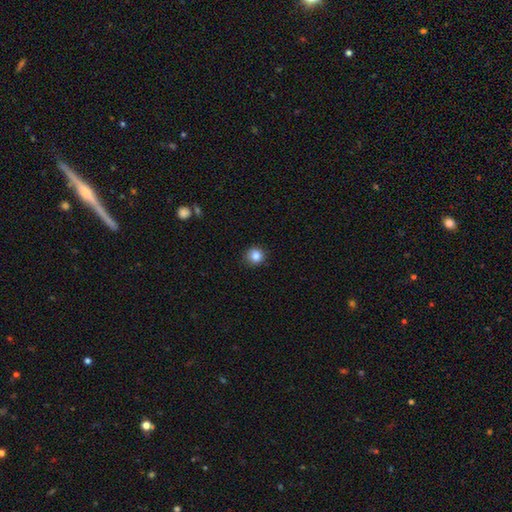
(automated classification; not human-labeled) A smooth galaxy with no disk features (85%) that is round (92%). Merging: none (89%).